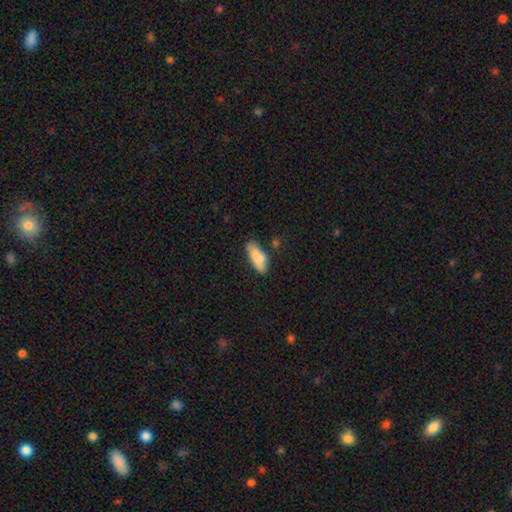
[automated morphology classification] A smooth galaxy with no disk features (76%) that is in between round and cigar-shaped (64%).

Vote fractions:
- Smooth or featured? smooth: 76% / featured or disk: 17% / star or artifact: 7%
- How rounded? in between: 64% / cigar-shaped: 33% / round: 2%
- Merging? none: 58% / minor disturbance: 23% / merger: 11% / major disturbance: 7%